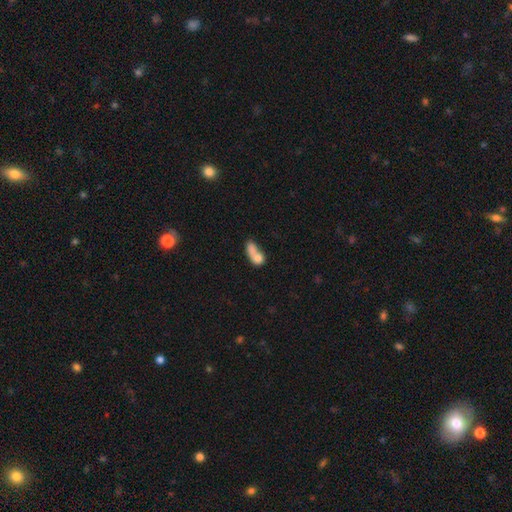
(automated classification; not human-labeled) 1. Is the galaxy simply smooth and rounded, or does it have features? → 72% smooth, 19% featured or disk, 9% star or artifact.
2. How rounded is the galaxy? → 65% in between, 25% round, 9% cigar-shaped.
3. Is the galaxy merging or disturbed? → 64% merger, 18% none, 9% major disturbance, 9% minor disturbance.